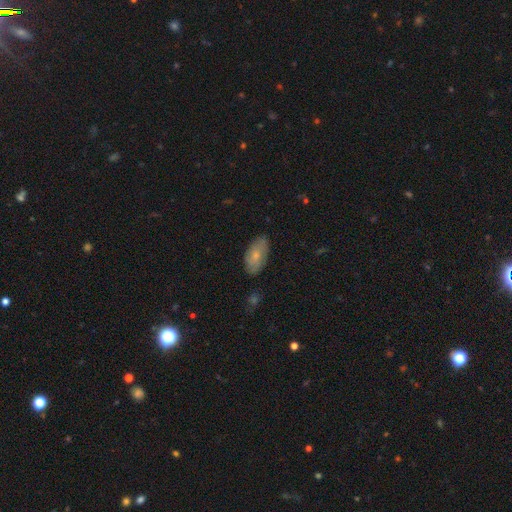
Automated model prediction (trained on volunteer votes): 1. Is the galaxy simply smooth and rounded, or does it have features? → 67% smooth, 26% featured or disk, 7% star or artifact.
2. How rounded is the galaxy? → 92% in between, 5% cigar-shaped, 3% round.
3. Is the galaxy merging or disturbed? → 78% none, 17% minor disturbance, 3% major disturbance, 1% merger.